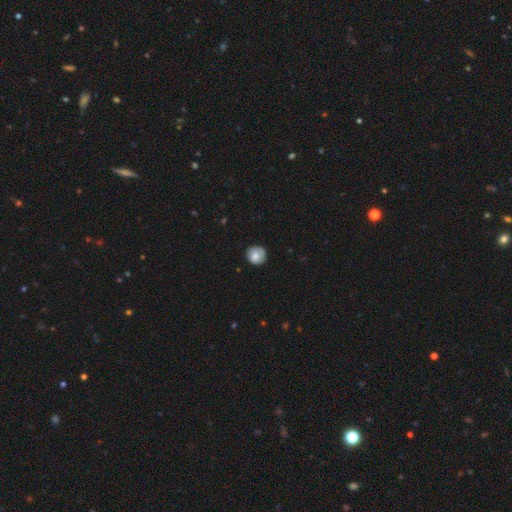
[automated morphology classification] This appears to be a smooth galaxy with no disk features (76%) that is round (90%). Merging: none (78%).